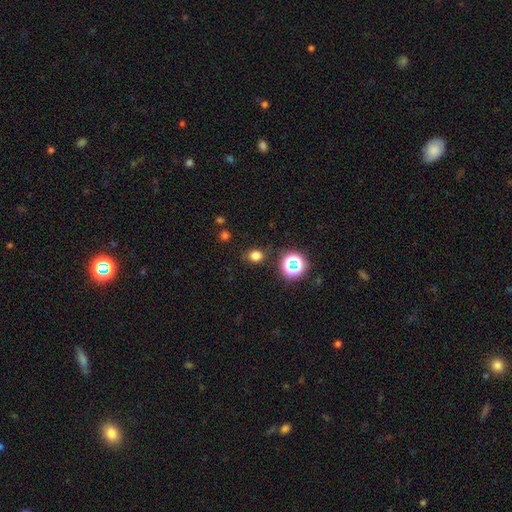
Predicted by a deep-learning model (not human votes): Smooth or featured? Predicted: smooth (p=0.76). How rounded? Predicted: round (p=0.67). Merging? Predicted: none (p=0.82).